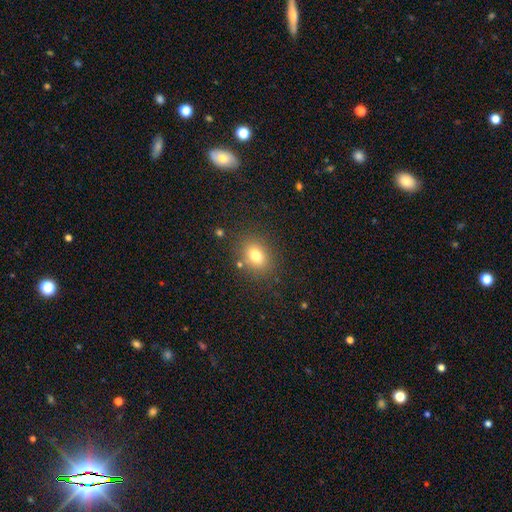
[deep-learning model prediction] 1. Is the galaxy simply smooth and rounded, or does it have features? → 77% smooth, 12% star or artifact, 10% featured or disk.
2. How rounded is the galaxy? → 58% in between, 41% round, 1% cigar-shaped.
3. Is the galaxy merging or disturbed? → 81% none, 11% minor disturbance, 4% merger, 4% major disturbance.